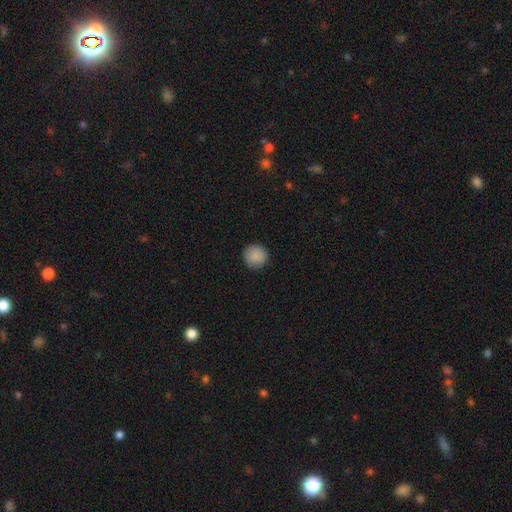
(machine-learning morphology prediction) smooth-or-featured: smooth: 89% | star or artifact: 8% | featured or disk: 3%
  how-rounded: round: 94% | in between: 5% | cigar-shaped: 1%
  merging: none: 91% | minor disturbance: 6% | major disturbance: 2% | merger: 1%